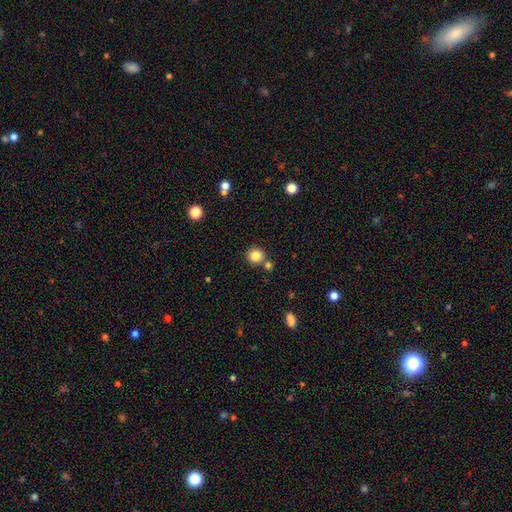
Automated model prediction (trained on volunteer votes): This is clearly a smooth galaxy (83%). How rounded: clearly round (90%). Merging: likely none (73%).